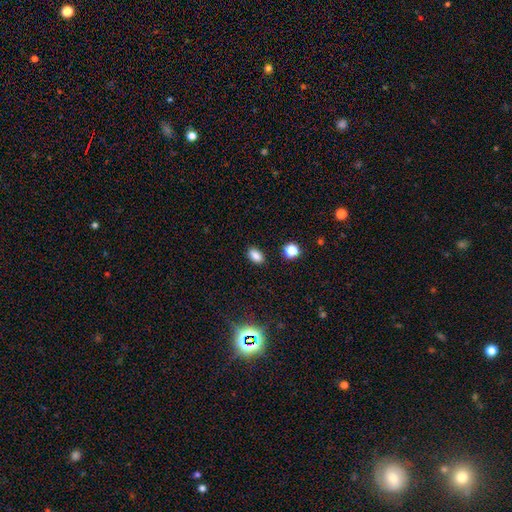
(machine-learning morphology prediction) Q: Smooth or featured?
A: smooth (84%); runner-up: star or artifact (12%)
Q: How rounded?
A: in between (87%); runner-up: round (11%)
Q: Merging?
A: none (88%); runner-up: minor disturbance (8%)